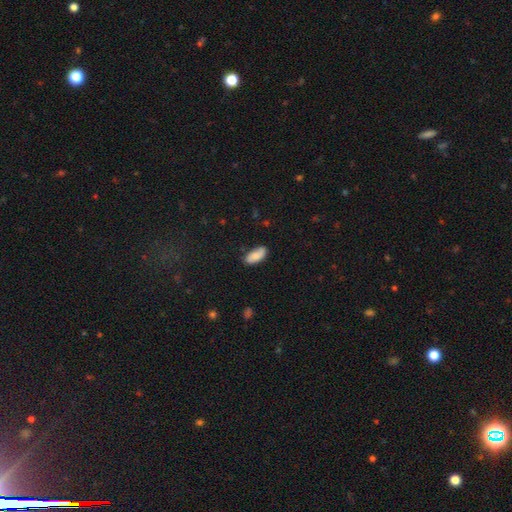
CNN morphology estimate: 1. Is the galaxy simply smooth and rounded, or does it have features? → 80% smooth, 13% featured or disk, 7% star or artifact.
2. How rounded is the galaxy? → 87% in between, 11% cigar-shaped, 2% round.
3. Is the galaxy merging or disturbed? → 76% none, 18% minor disturbance, 3% major disturbance, 2% merger.